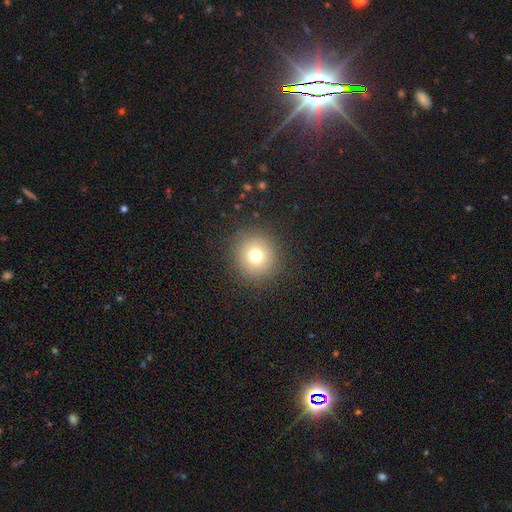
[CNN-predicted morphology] This is likely a smooth galaxy (74%). How rounded: clearly round (93%). Merging: clearly none (89%).